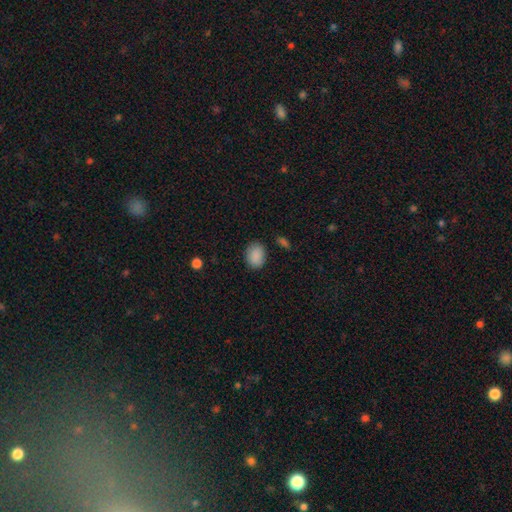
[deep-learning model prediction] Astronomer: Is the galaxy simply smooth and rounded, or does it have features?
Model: smooth — 89%.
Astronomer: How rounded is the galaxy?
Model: in between — 69%.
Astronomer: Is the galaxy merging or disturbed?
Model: none — 81%.